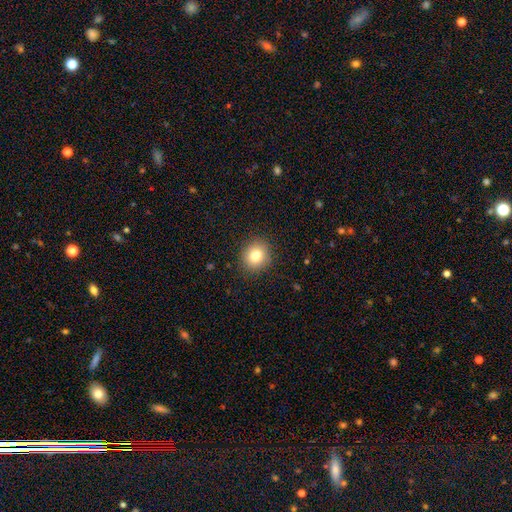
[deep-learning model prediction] Smooth or featured?
  - smooth: 81% *
  - star or artifact: 11%
  - featured or disk: 9%
How rounded?
  - round: 83% *
  - in between: 17%
  - cigar-shaped: 1%
Merging?
  - none: 90% *
  - minor disturbance: 7%
  - major disturbance: 2%
  - merger: 1%